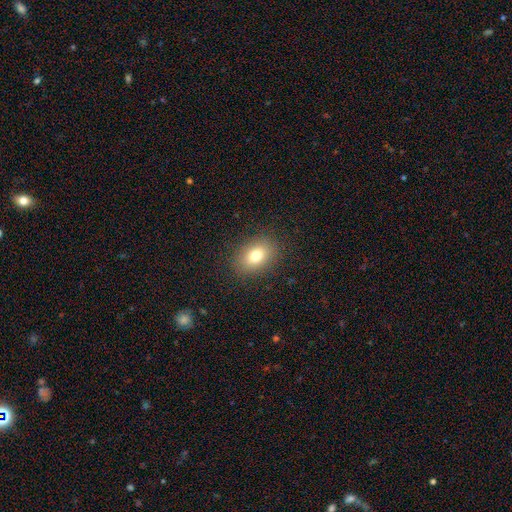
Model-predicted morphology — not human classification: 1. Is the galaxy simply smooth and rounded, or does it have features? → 78% smooth, 11% featured or disk, 11% star or artifact.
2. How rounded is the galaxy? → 75% in between, 24% round, 1% cigar-shaped.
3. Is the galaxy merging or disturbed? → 88% none, 8% minor disturbance, 3% major disturbance, 1% merger.